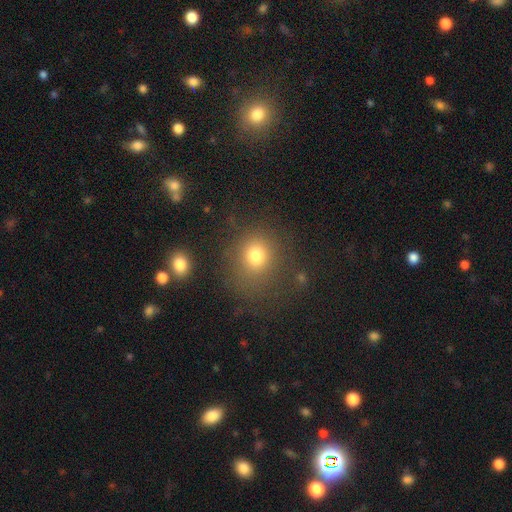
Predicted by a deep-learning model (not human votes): Q: Smooth or featured?
A: smooth (76%); runner-up: star or artifact (15%)
Q: How rounded?
A: round (77%); runner-up: in between (22%)
Q: Merging?
A: none (74%); runner-up: minor disturbance (13%)